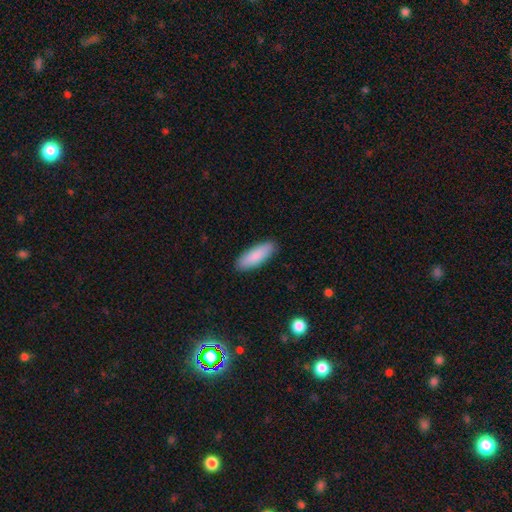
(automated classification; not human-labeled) Smooth or featured: smooth — 87% (featured or disk — 8%)
How rounded: in between — 61% (cigar-shaped — 38%)
Merging: none — 89% (minor disturbance — 8%)